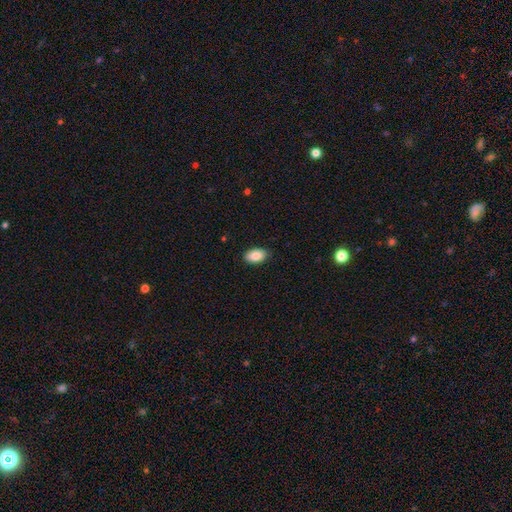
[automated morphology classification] smooth_or_featured: smooth (p=0.88) [alt: star or artifact p=0.07]
how_rounded: in between (p=0.94) [alt: round p=0.05]
merging: none (p=0.86) [alt: minor disturbance p=0.11]